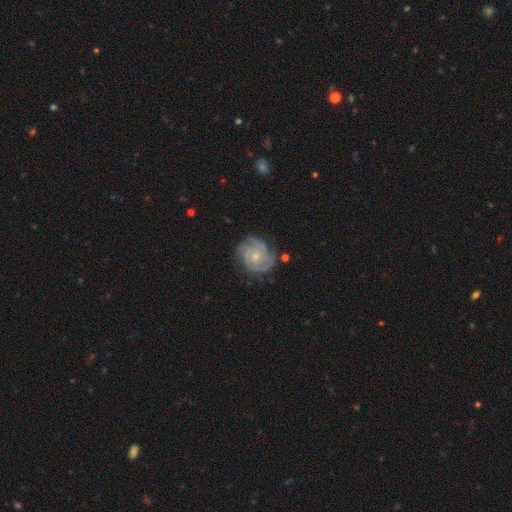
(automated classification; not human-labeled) smooth-or-featured: featured or disk: 81% | smooth: 13% | star or artifact: 6%
  disk-edge-on: no: 98% | yes: 2%
    bar: no: 78% | weak: 19% | strong: 3%
    has-spiral-arms: yes: 94% | no: 6%
      spiral-winding: tight: 70% | medium: 25% | loose: 5%
      spiral-arm-count: 3: 29% | can't tell: 26% | 2: 23% | 4: 11% | 1: 5% | more than 4: 5%
    bulge-size: small: 59% | moderate: 36% | none: 2% | large: 1% | dominant: 1%
  merging: none: 71% | minor disturbance: 20% | major disturbance: 7% | merger: 2%